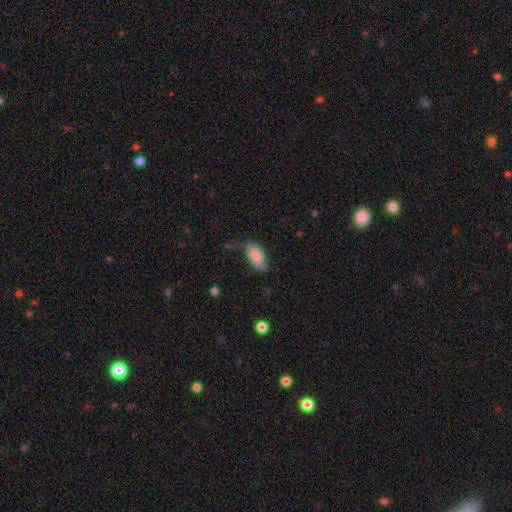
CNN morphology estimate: type=smooth (73%); roundness=in between (93%); merging=none (61%).